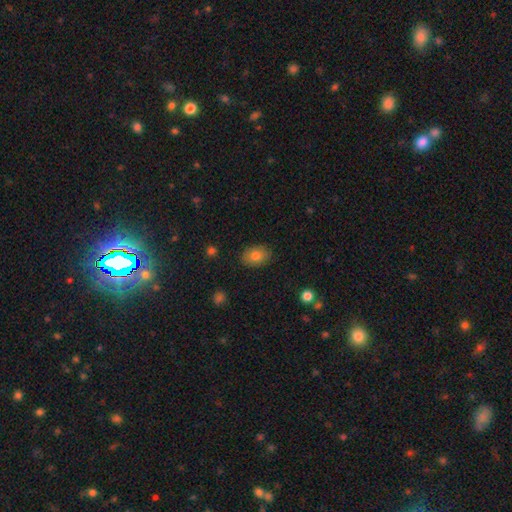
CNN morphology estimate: This is likely a smooth galaxy (79%). How rounded: likely in between (75%). Merging: clearly none (85%).